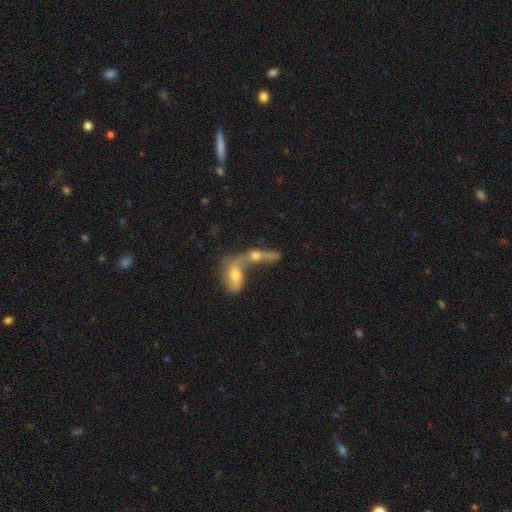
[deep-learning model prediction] featured or disk 48%, smooth 41%, star or artifact 11%. Down the decision tree: merging — merger (76%).